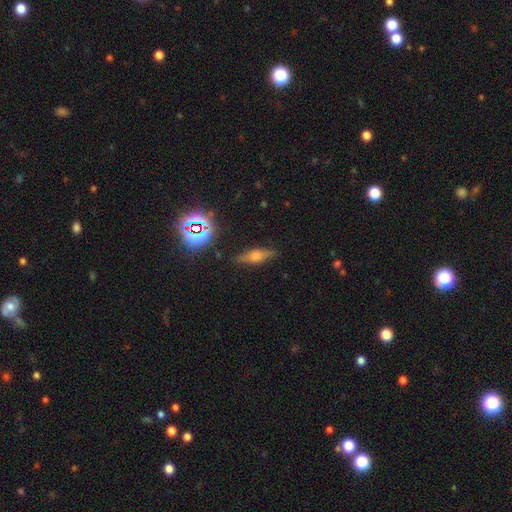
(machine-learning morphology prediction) Smooth or featured?
  - featured or disk: 47% *
  - smooth: 36%
  - star or artifact: 17%
Merging?
  - none: 84% *
  - minor disturbance: 12%
  - major disturbance: 3%
  - merger: 2%